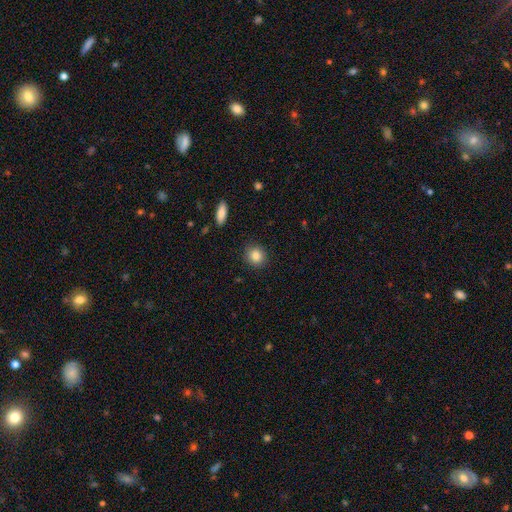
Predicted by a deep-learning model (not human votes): smooth_or_featured: smooth (p=0.85) [alt: star or artifact p=0.09]
how_rounded: round (p=0.80) [alt: in between p=0.19]
merging: none (p=0.89) [alt: minor disturbance p=0.08]